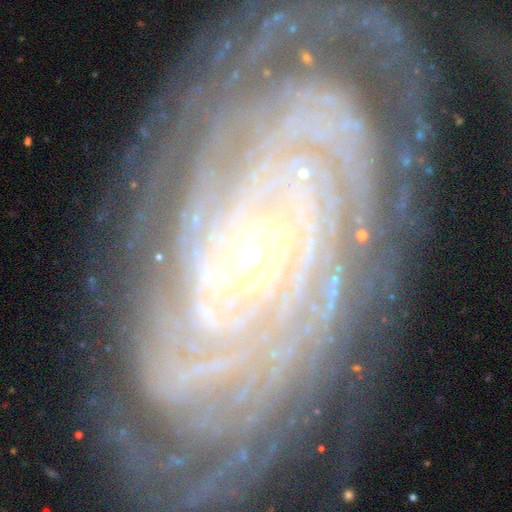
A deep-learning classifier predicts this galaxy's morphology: This is clearly a featured or disk galaxy (90%). It is clearly not viewed edge-on (95%). Bar: possibly no (51%). Spiral arm pattern: clearly yes (97%). Spiral arm count: marginally can't tell (26%). Spiral winding: clearly tight (81%). Central bulge: possibly small (59%). Merging: likely none (75%).